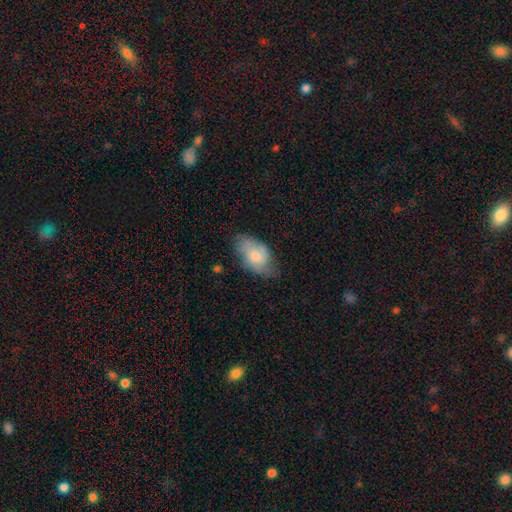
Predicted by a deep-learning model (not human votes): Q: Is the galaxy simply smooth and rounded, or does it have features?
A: smooth — 61%.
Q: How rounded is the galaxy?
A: in between — 91%.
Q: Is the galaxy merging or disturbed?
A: none — 57%.